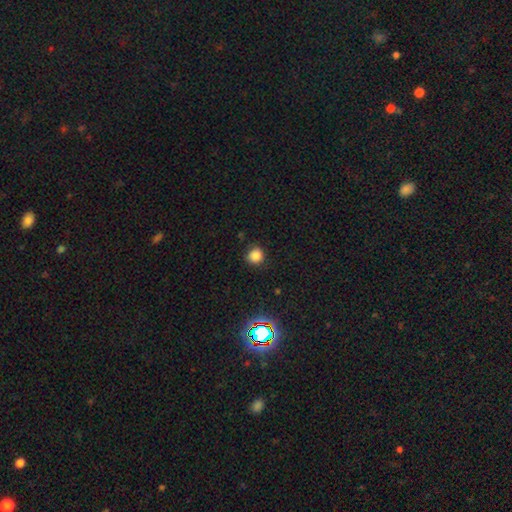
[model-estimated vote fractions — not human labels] A smooth galaxy with no disk features (81%) that is round (90%). Merging: none (86%).